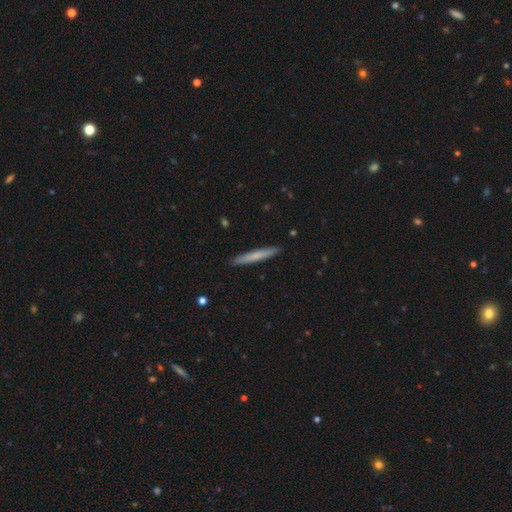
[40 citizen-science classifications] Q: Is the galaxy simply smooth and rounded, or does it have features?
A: smooth — 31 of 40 (78%).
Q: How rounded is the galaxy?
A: cigar-shaped — 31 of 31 (100%).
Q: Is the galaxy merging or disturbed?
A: none — 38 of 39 (97%).